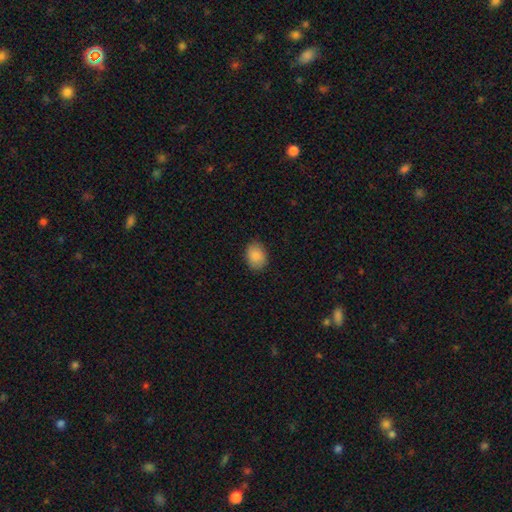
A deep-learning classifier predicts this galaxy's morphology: This is clearly a smooth galaxy (88%). How rounded: likely in between (63%). Merging: clearly none (85%).